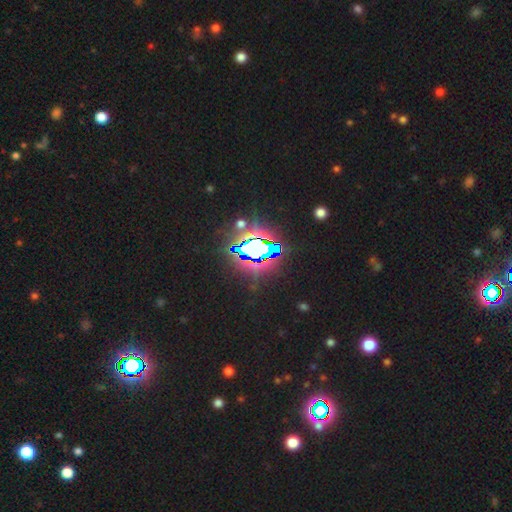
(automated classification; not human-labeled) Smooth or featured: star or artifact — 82% (smooth — 10%)